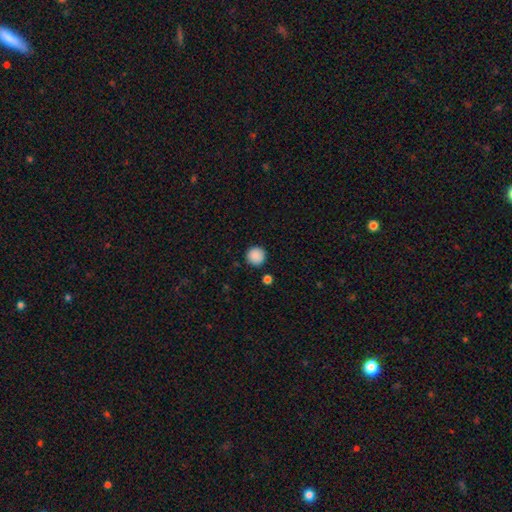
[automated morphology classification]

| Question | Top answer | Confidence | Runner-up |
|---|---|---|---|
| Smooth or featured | smooth | 89% | star or artifact (9%) |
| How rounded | round | 95% | in between (4%) |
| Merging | none | 89% | minor disturbance (6%) |